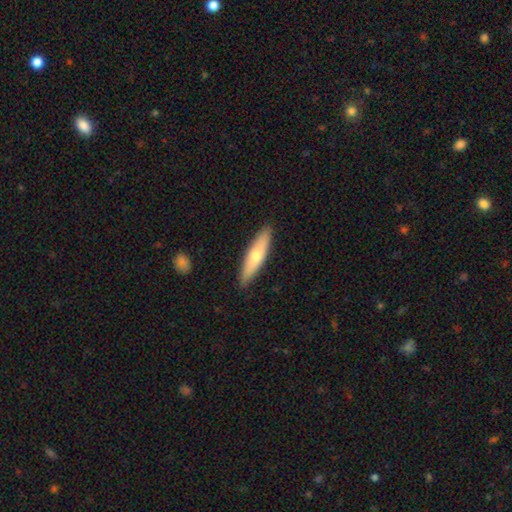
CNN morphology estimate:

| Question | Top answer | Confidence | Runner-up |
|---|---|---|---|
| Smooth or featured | smooth | 57% | featured or disk (37%) |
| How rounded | cigar-shaped | 78% | in between (20%) |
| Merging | none | 90% | minor disturbance (7%) |